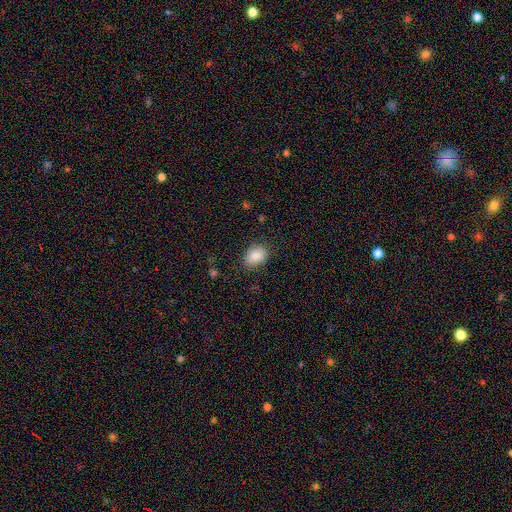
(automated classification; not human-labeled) Morphology: type=smooth (86%); roundness=in between (73%); merging=none (81%).